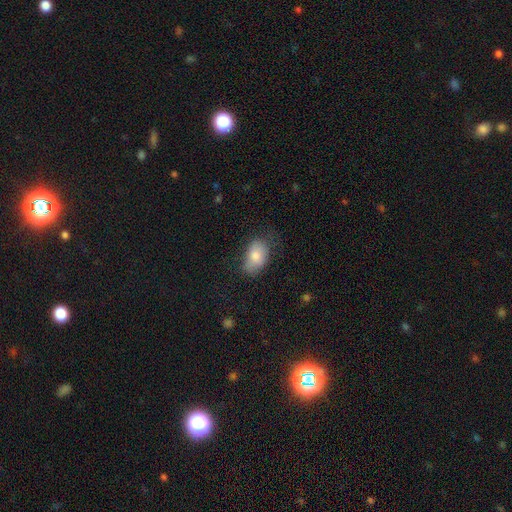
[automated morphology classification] smooth_or_featured: smooth (p=0.81) [alt: featured or disk p=0.12]
how_rounded: in between (p=0.88) [alt: round p=0.11]
merging: none (p=0.63) [alt: minor disturbance p=0.27]